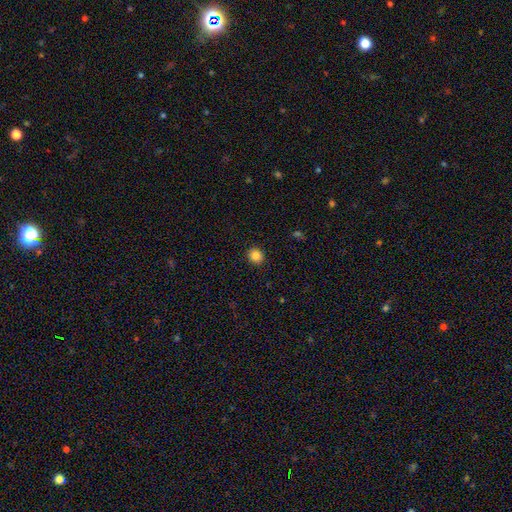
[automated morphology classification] smooth 86%, star or artifact 11%, featured or disk 4%. Down the decision tree: how rounded — round (82%); merging — none (91%).